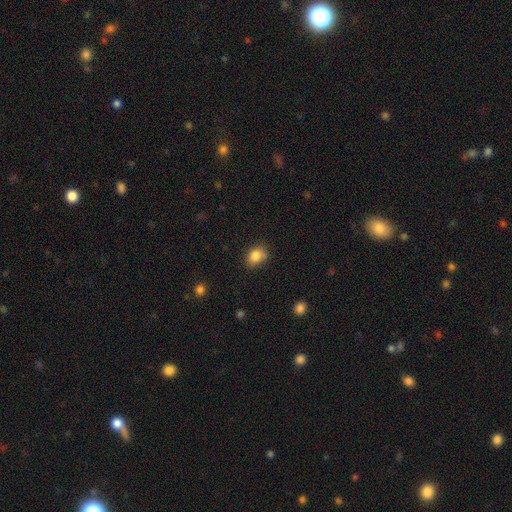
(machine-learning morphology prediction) The model was most divided on "how rounded": in between: 61%, round: 38%, cigar-shaped: 1%. More confident: smooth or featured — smooth (84%); merging — none (72%).